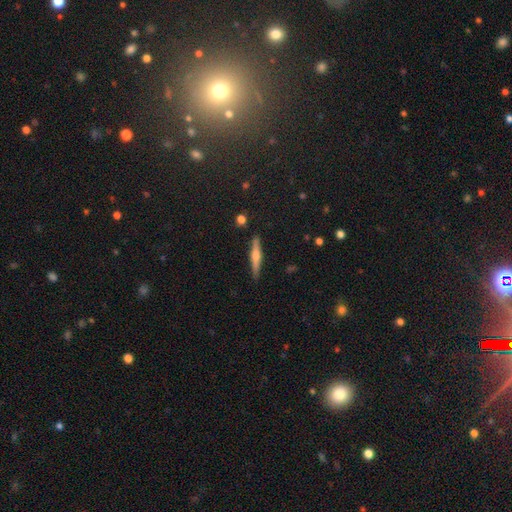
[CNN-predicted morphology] A featured or disk galaxy (49%).

Vote fractions:
- Smooth or featured? featured or disk: 49% / smooth: 44% / star or artifact: 7%
- Merging? none: 89% / minor disturbance: 8% / major disturbance: 2% / merger: 2%